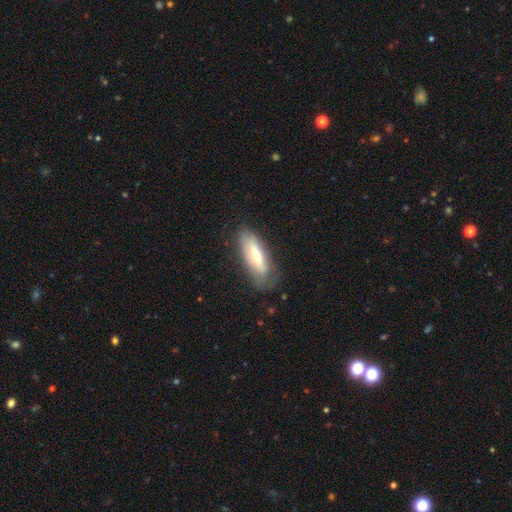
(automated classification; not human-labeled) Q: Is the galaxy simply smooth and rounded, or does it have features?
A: smooth — 54%.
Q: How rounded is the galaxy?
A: in between — 55%.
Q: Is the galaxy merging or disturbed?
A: none — 76%.